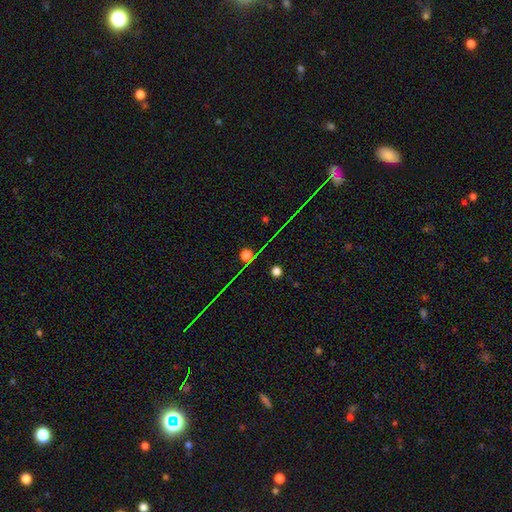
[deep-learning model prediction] A star or artifact, not a galaxy (69%).

Vote fractions:
- Smooth or featured? star or artifact: 69% / smooth: 17% / featured or disk: 15%